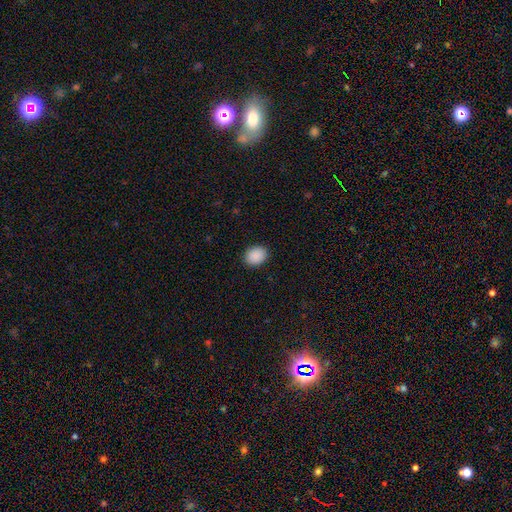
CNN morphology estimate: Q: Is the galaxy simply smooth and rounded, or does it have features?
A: smooth — 90%.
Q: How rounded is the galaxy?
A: in between — 51%.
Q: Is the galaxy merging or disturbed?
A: none — 90%.